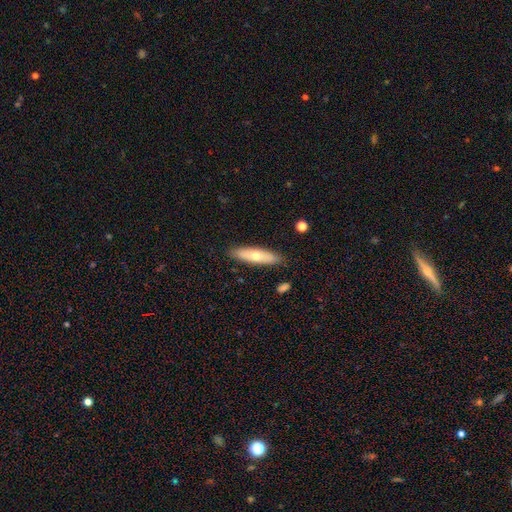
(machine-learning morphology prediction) A smooth galaxy with no disk features (58%) that is cigar-shaped (64%). Merging: none (88%).